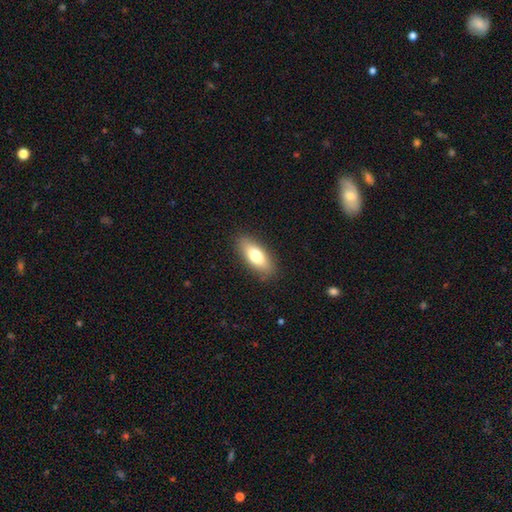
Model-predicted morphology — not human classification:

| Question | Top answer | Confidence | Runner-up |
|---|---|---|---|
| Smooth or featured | smooth | 75% | featured or disk (18%) |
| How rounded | in between | 77% | cigar-shaped (21%) |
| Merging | none | 87% | minor disturbance (10%) |